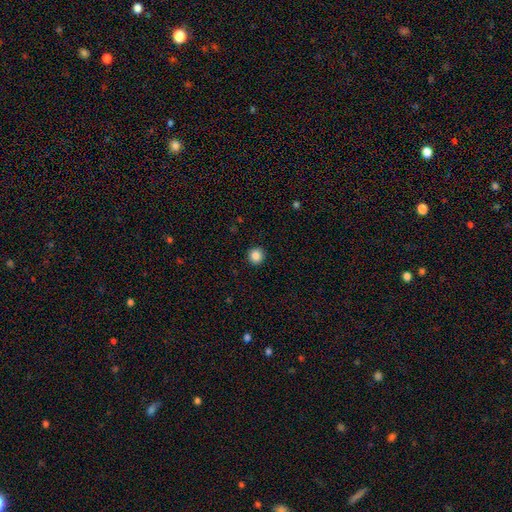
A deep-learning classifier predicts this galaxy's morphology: The model was most divided on "smooth or featured": smooth: 86%, star or artifact: 10%, featured or disk: 4%. More confident: how rounded — round (94%); merging — none (93%).